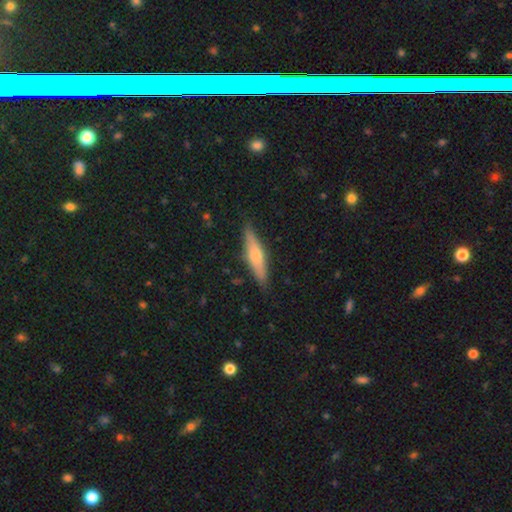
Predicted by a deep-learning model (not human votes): Smooth or featured? smooth (51%)
How rounded? cigar-shaped (79%)
Merging? none (86%)